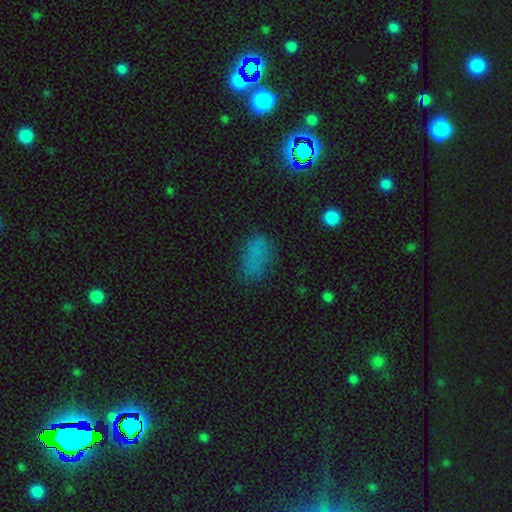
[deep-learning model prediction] Smooth or featured: smooth — 67% (star or artifact — 24%)
How rounded: in between — 87% (round — 7%)
Merging: none — 68% (minor disturbance — 21%)